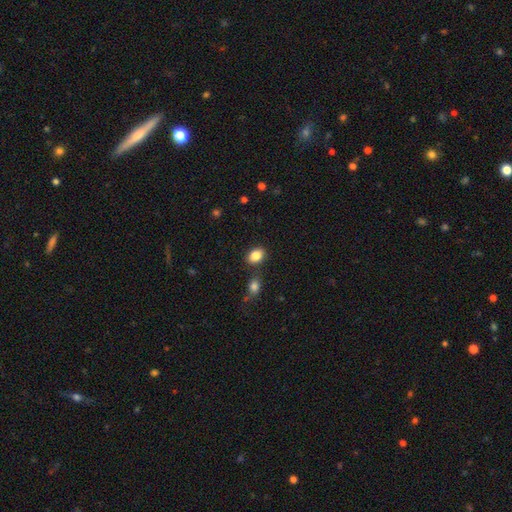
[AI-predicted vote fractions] smooth_or_featured: smooth (p=0.85) [alt: star or artifact p=0.09]
how_rounded: in between (p=0.69) [alt: round p=0.30]
merging: none (p=0.76) [alt: minor disturbance p=0.11]